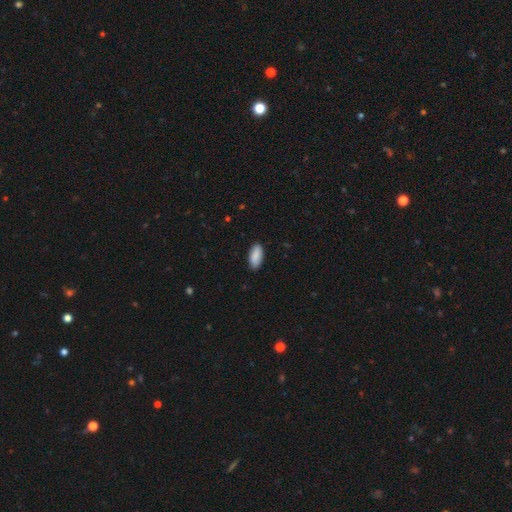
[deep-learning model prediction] A smooth galaxy with no disk features (90%) that is in between round and cigar-shaped (88%). Merging: none (88%).